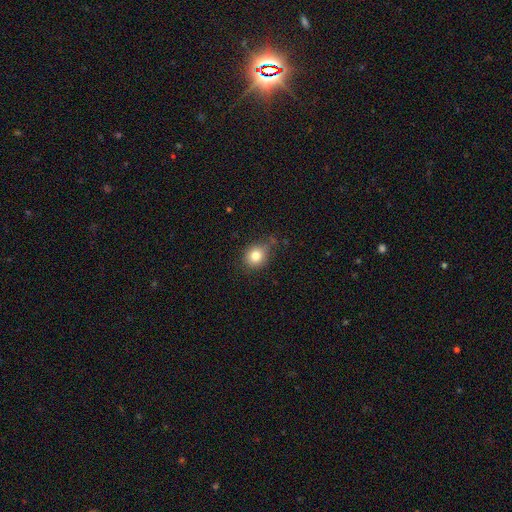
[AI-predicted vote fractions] A smooth galaxy with no disk features (81%) that is round (73%). Merging: none (71%).